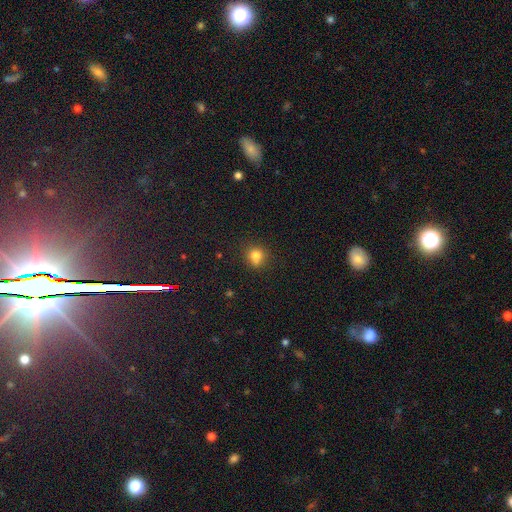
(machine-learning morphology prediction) Smooth or featured? Predicted: smooth (p=0.77). How rounded? Predicted: round (p=0.83). Merging? Predicted: none (p=0.62).